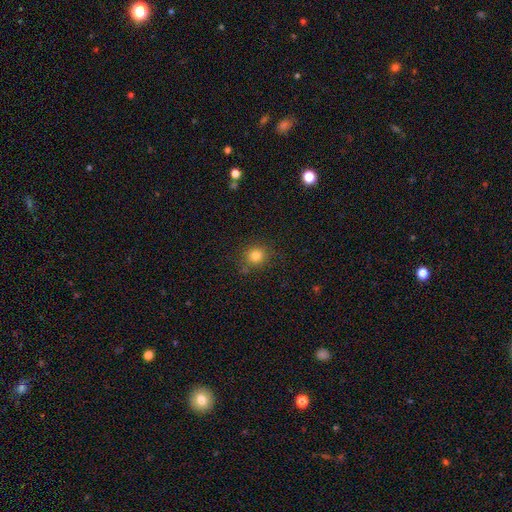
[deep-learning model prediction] Smooth or featured? Predicted: smooth (p=0.80). How rounded? Predicted: round (p=0.87). Merging? Predicted: none (p=0.82).